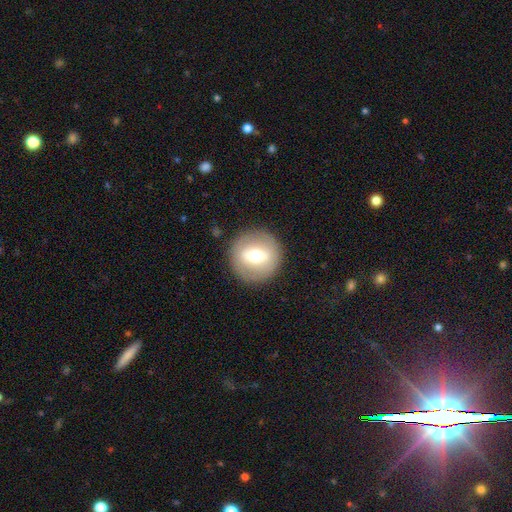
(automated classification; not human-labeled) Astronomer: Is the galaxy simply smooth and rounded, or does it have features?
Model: smooth — 51% (runner-up: featured or disk, 41%).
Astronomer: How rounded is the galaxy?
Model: round — 94%.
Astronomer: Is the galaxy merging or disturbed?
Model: none — 88%.